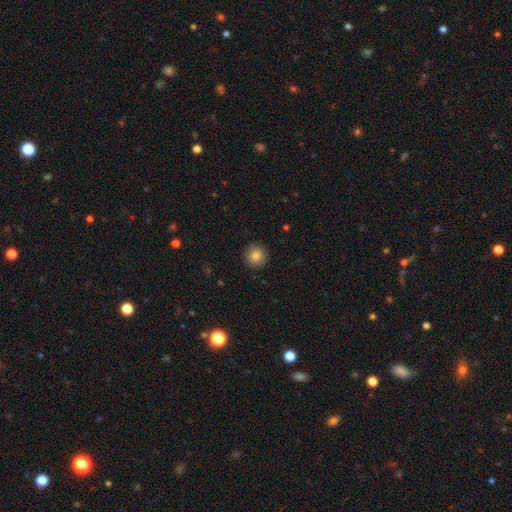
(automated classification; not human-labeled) Smooth or featured? Predicted: smooth (p=0.83). How rounded? Predicted: round (p=0.95). Merging? Predicted: none (p=0.91).